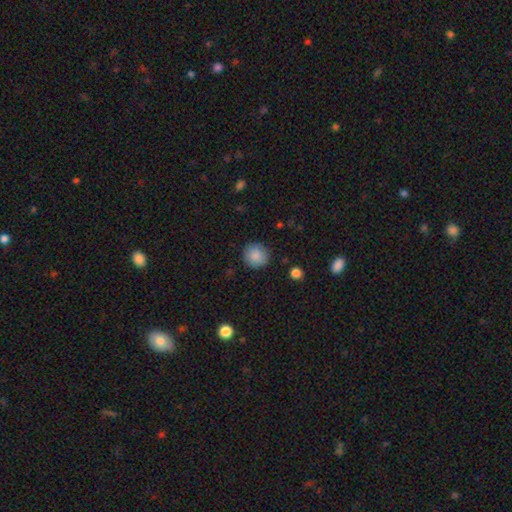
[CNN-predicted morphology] Q: Smooth or featured?
A: smooth (87%); runner-up: star or artifact (8%)
Q: How rounded?
A: round (94%); runner-up: in between (5%)
Q: Merging?
A: none (88%); runner-up: minor disturbance (8%)